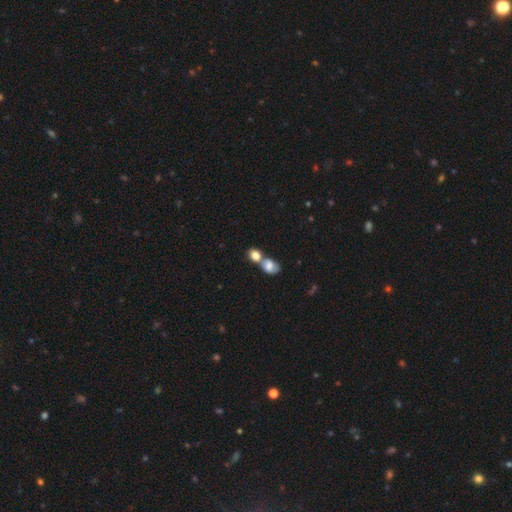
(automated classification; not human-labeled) Smooth or featured: smooth — 79% (featured or disk — 13%)
How rounded: in between — 55% (round — 43%)
Merging: merger — 66% (none — 24%)